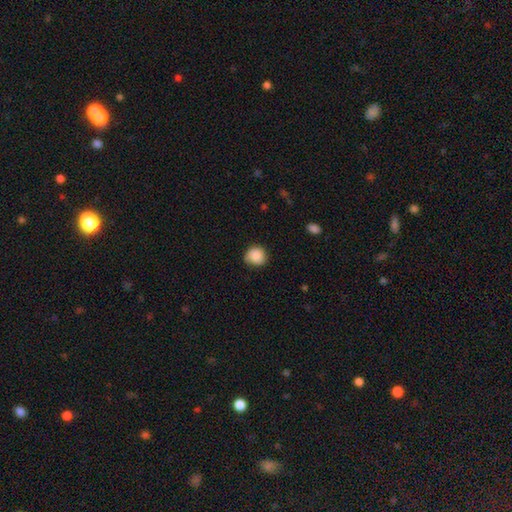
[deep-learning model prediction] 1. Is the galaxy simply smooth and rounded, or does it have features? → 86% smooth, 8% star or artifact, 6% featured or disk.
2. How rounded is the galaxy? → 86% round, 13% in between, 1% cigar-shaped.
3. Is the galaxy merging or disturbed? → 68% none, 26% minor disturbance, 5% major disturbance, 1% merger.